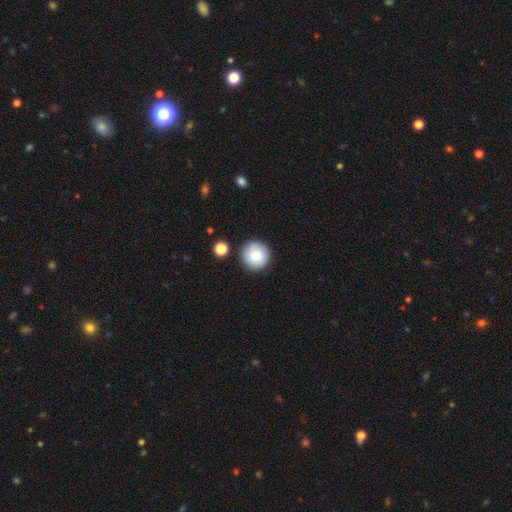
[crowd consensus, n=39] Q: Smooth or featured?
A: smooth (87%); runner-up: featured or disk (8%)
Q: How rounded?
A: round (97%); runner-up: in between (3%)
Q: Merging?
A: none (92%); runner-up: minor disturbance (5%)